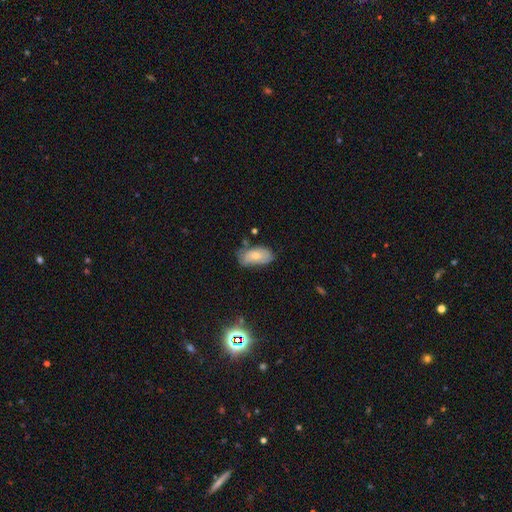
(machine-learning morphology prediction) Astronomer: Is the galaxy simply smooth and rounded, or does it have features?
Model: smooth — 68%.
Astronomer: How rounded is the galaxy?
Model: in between — 93%.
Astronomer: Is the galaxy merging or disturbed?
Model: none — 56% (runner-up: minor disturbance, 32%).